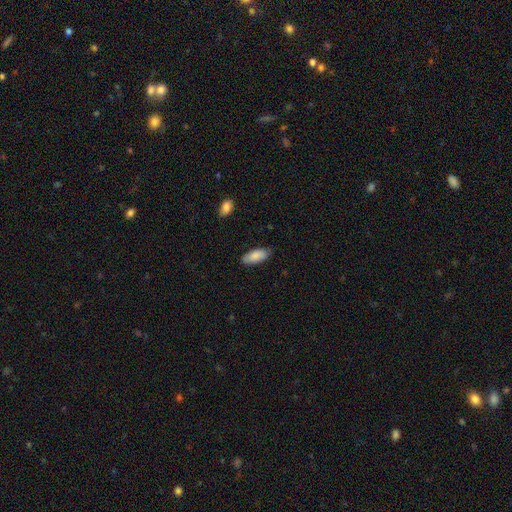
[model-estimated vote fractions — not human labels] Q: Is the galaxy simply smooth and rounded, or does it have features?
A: smooth — 86%.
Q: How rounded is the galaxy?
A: in between — 82%.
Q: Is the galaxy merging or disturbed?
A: none — 84%.